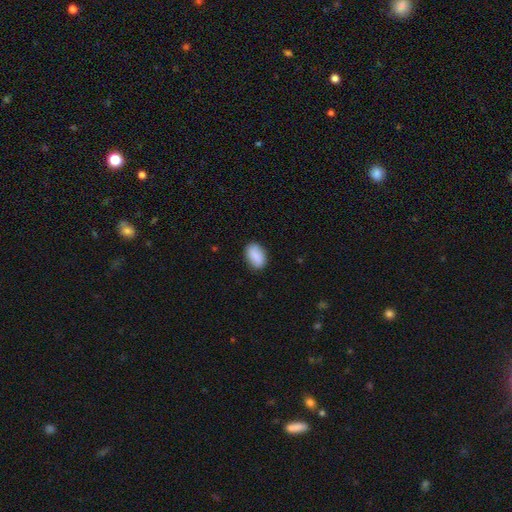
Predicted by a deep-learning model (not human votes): Q: Smooth or featured?
A: smooth (82%); runner-up: featured or disk (11%)
Q: How rounded?
A: in between (88%); runner-up: round (10%)
Q: Merging?
A: none (85%); runner-up: minor disturbance (11%)